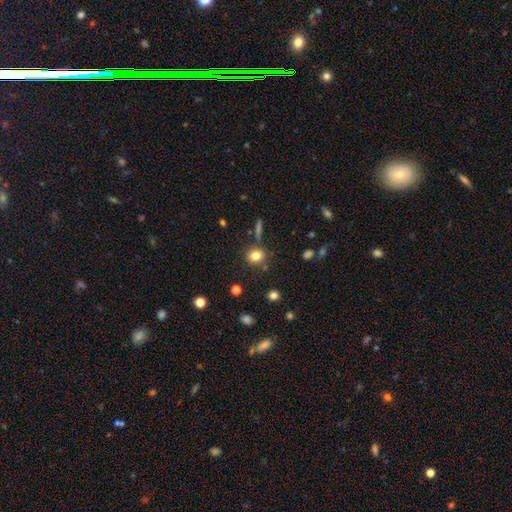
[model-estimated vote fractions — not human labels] Smooth or featured? Predicted: smooth (p=0.80). How rounded? Predicted: round (p=0.77). Merging? Predicted: none (p=0.80).